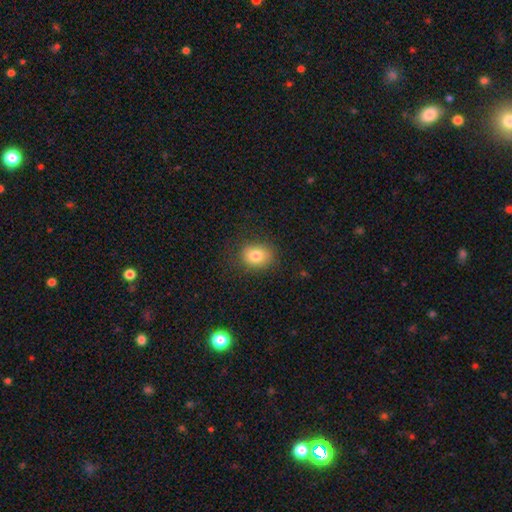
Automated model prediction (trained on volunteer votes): smooth_or_featured: smooth (p=0.80) [alt: star or artifact p=0.10]
how_rounded: in between (p=0.50) [alt: round p=0.49]
merging: none (p=0.80) [alt: minor disturbance p=0.13]